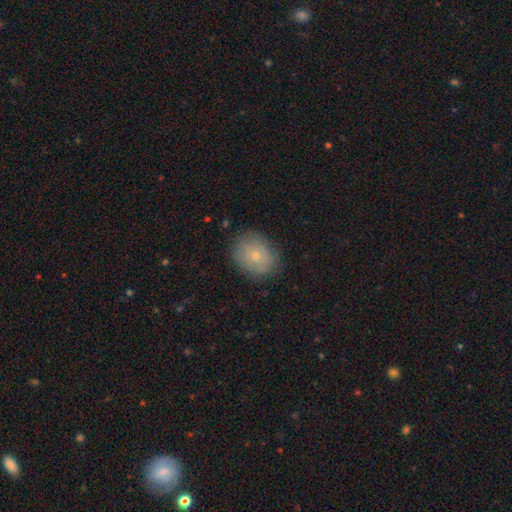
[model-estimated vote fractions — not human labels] Smooth or featured: smooth — 71% (featured or disk — 20%)
How rounded: round — 53% (in between — 46%)
Merging: none — 81% (minor disturbance — 14%)